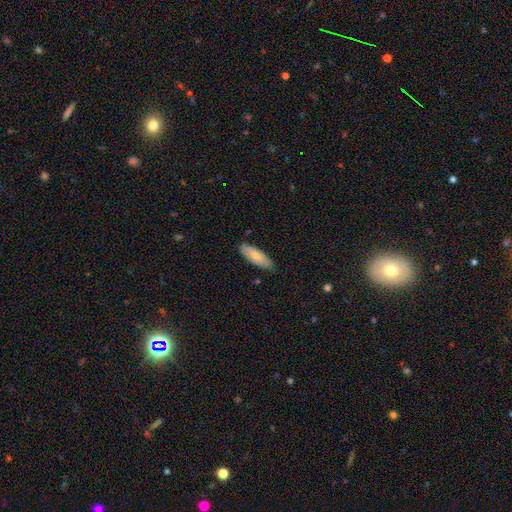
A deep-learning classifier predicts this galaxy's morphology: Smooth or featured?
  - smooth: 78% *
  - featured or disk: 17%
  - star or artifact: 6%
How rounded?
  - in between: 65% *
  - cigar-shaped: 33%
  - round: 2%
Merging?
  - none: 80% *
  - minor disturbance: 17%
  - major disturbance: 2%
  - merger: 1%